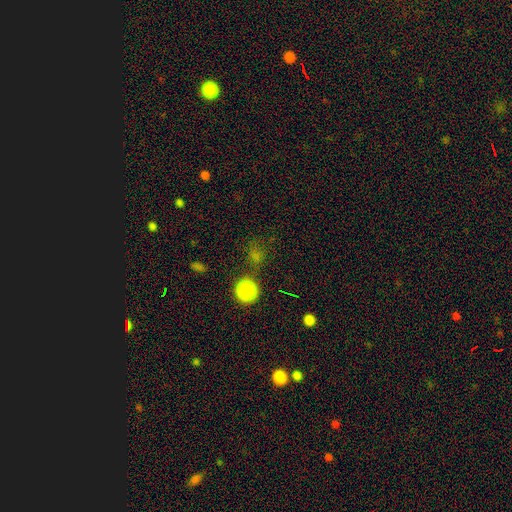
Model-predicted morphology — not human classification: A star or artifact, not a galaxy (47%).

Vote fractions:
- Smooth or featured? star or artifact: 47% / smooth: 45% / featured or disk: 7%